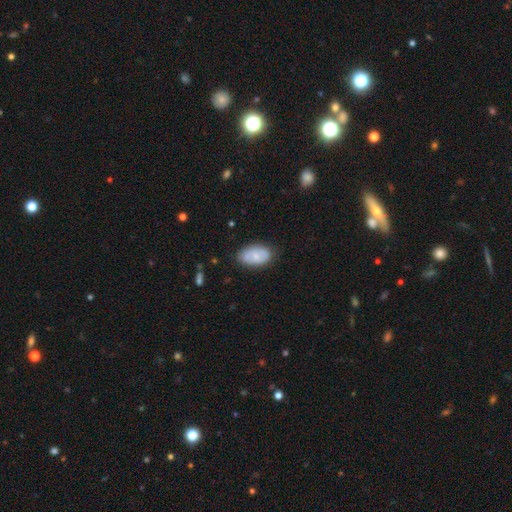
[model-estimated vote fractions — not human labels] Smooth or featured? Predicted: smooth (p=0.60). How rounded? Predicted: in between (p=0.92). Merging? Predicted: none (p=0.75).